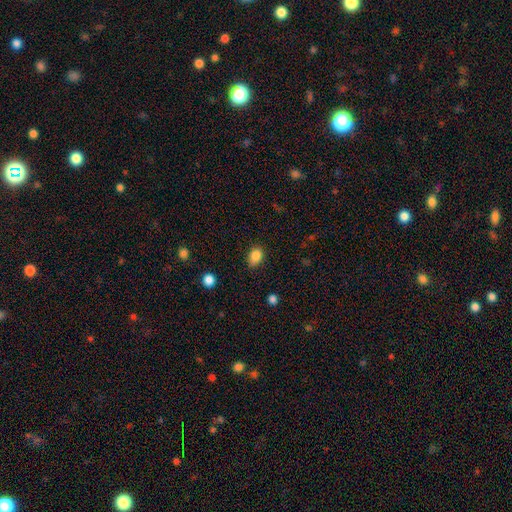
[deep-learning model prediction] Morphology: type=smooth (85%); roundness=in between (73%); merging=none (75%).